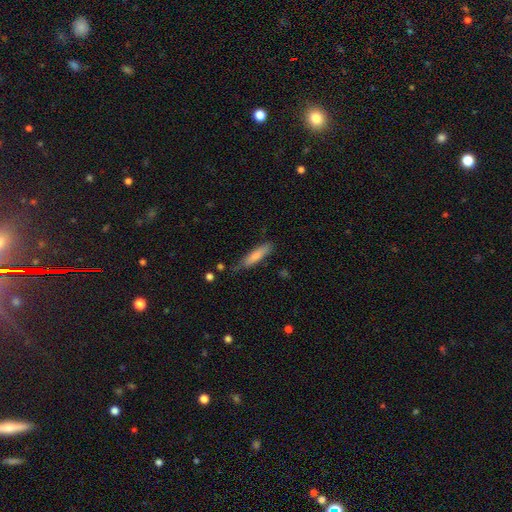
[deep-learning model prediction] smooth 78%, featured or disk 16%, star or artifact 6%. Down the decision tree: how rounded — cigar-shaped (77%); merging — none (71%).